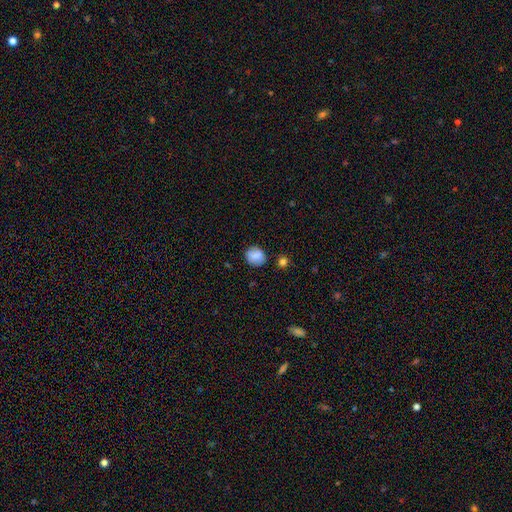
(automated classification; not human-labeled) smooth-or-featured: smooth: 78% | featured or disk: 12% | star or artifact: 9%
  how-rounded: round: 67% | in between: 32% | cigar-shaped: 1%
  merging: none: 74% | minor disturbance: 17% | merger: 5% | major disturbance: 4%